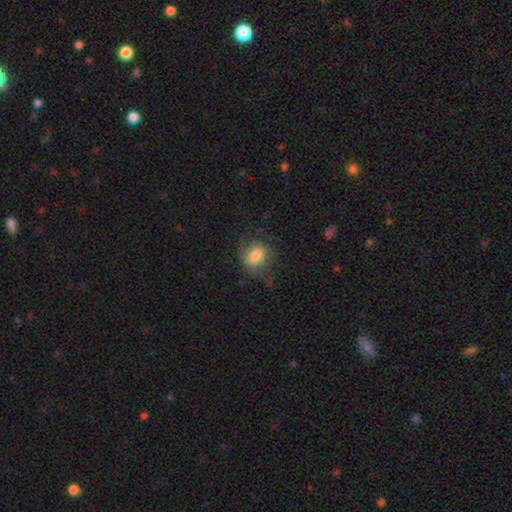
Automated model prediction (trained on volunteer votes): Smooth or featured?
  - smooth: 72% *
  - featured or disk: 18%
  - star or artifact: 10%
How rounded?
  - round: 56% *
  - in between: 42%
  - cigar-shaped: 1%
Merging?
  - none: 59% *
  - minor disturbance: 22%
  - major disturbance: 17%
  - merger: 1%